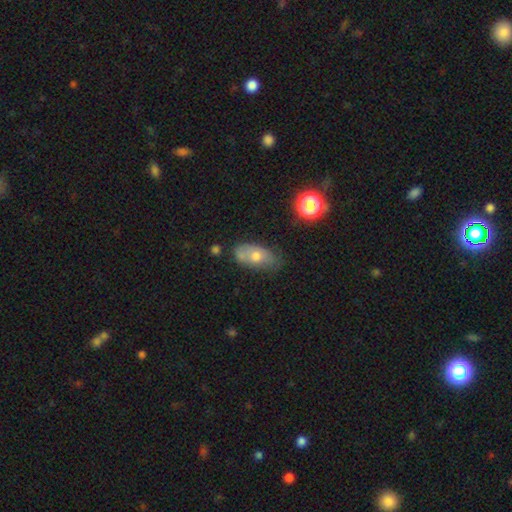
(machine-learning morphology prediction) The model was most divided on "merging": none: 53%, minor disturbance: 29%, merger: 9%, major disturbance: 9%. More confident: how rounded — in between (87%); smooth or featured — smooth (59%).